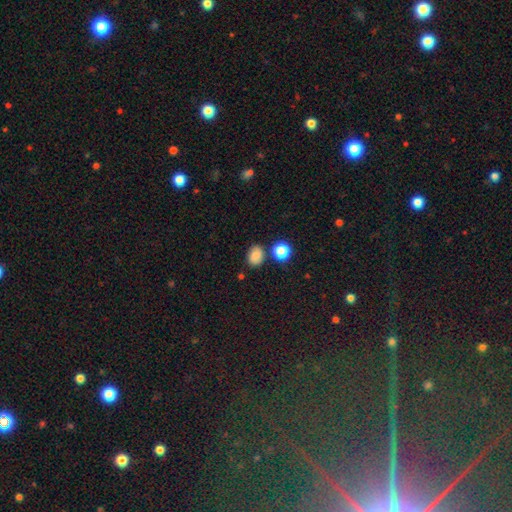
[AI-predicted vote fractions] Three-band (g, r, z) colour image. It shows a smooth galaxy with no disk features (81%) that is in between round and cigar-shaped (67%). Merging: none (76%).